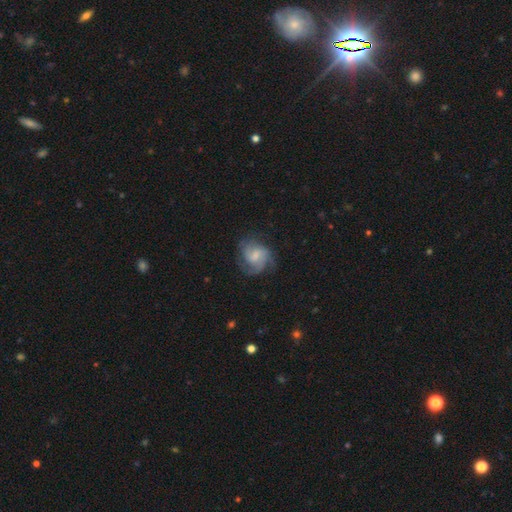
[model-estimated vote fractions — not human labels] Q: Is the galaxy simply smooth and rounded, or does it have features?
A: featured or disk — 69%.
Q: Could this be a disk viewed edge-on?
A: no — 98%.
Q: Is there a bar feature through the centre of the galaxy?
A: weak — 49%.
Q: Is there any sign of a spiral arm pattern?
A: yes — 92%.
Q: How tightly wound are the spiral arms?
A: medium — 47%.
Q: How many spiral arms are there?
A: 3 — 34%.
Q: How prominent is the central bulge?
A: small — 37%.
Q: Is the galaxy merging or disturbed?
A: none — 63%.